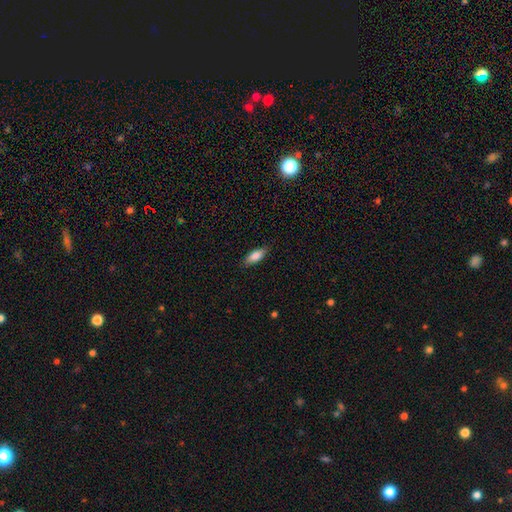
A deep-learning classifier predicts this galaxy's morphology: A smooth galaxy with no disk features (81%) that is in between round and cigar-shaped (72%).

Vote fractions:
- Smooth or featured? smooth: 81% / featured or disk: 12% / star or artifact: 6%
- How rounded? in between: 72% / cigar-shaped: 26% / round: 2%
- Merging? none: 86% / minor disturbance: 11% / major disturbance: 2% / merger: 1%